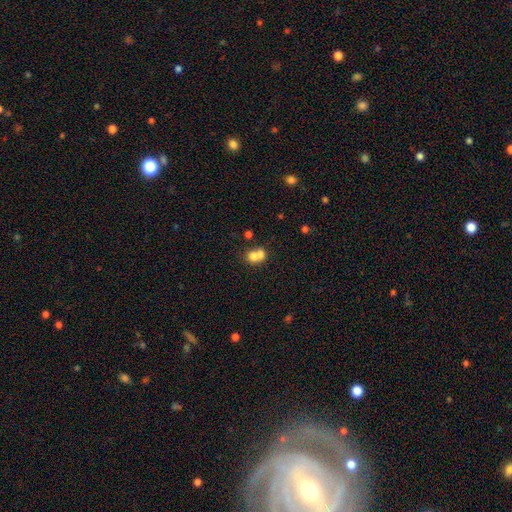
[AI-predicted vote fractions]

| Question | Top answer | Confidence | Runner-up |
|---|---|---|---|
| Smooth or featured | smooth | 70% | featured or disk (19%) |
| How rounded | round | 69% | in between (30%) |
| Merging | merger | 64% | none (27%) |